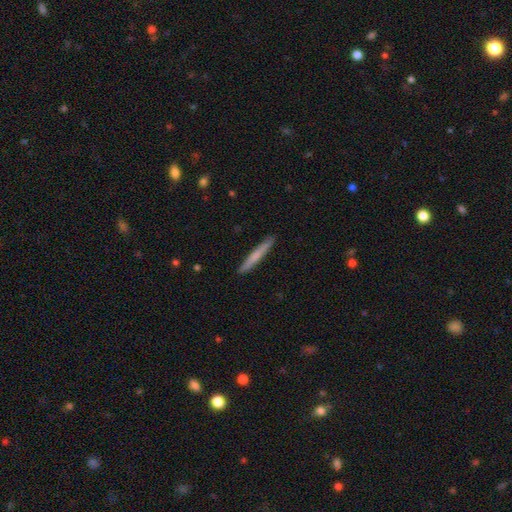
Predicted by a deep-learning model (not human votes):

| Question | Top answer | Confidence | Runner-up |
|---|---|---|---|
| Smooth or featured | smooth | 60% | featured or disk (34%) |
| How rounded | cigar-shaped | 96% | in between (3%) |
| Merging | none | 91% | minor disturbance (6%) |